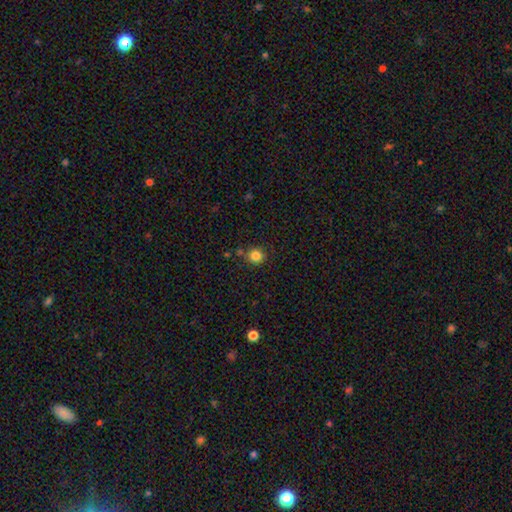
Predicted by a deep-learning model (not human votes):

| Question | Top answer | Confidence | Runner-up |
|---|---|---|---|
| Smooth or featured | smooth | 83% | star or artifact (12%) |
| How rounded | round | 92% | in between (8%) |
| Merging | none | 80% | minor disturbance (10%) |